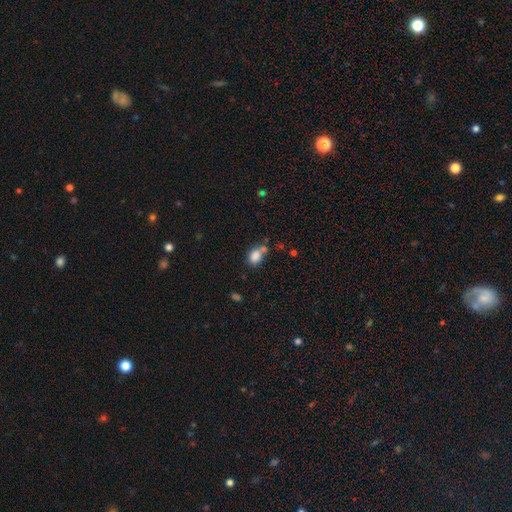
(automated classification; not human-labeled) smooth_or_featured: smooth (p=0.83) [alt: star or artifact p=0.11]
how_rounded: in between (p=0.61) [alt: round p=0.38]
merging: none (p=0.50) [alt: merger p=0.25]